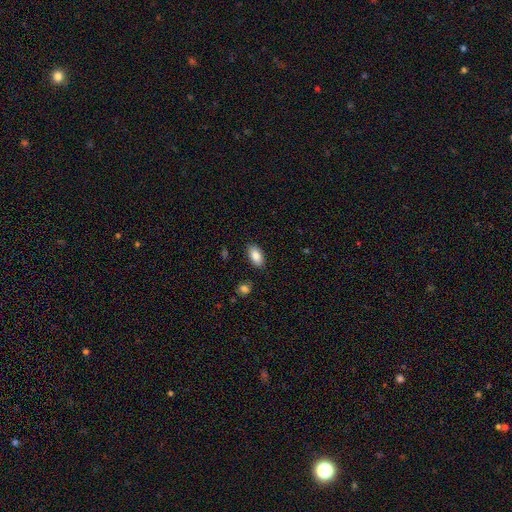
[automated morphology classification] smooth-or-featured: smooth: 86% | star or artifact: 7% | featured or disk: 7%
  how-rounded: in between: 93% | round: 4% | cigar-shaped: 3%
  merging: none: 86% | minor disturbance: 10% | major disturbance: 2% | merger: 2%